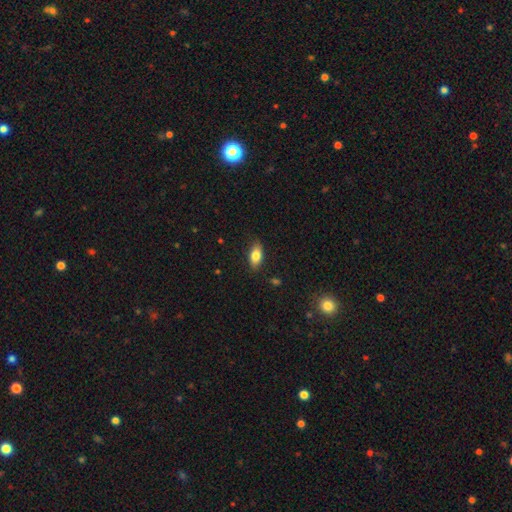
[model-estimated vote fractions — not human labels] Smooth or featured?
  - smooth: 79% *
  - featured or disk: 13%
  - star or artifact: 7%
How rounded?
  - in between: 87% *
  - cigar-shaped: 8%
  - round: 5%
Merging?
  - none: 84% *
  - minor disturbance: 12%
  - major disturbance: 2%
  - merger: 1%